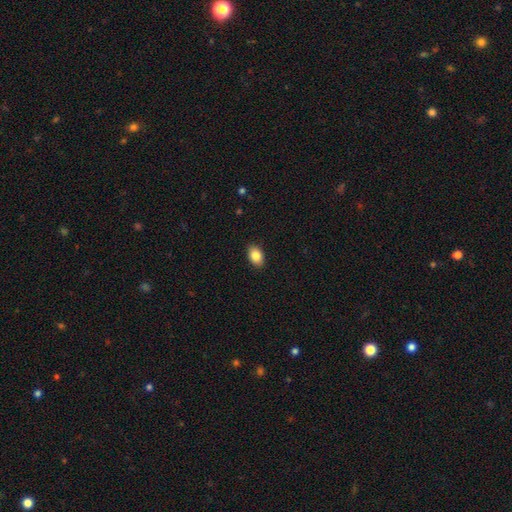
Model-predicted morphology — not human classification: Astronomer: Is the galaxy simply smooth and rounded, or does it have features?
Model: smooth — 85%.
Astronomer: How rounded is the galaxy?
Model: in between — 86%.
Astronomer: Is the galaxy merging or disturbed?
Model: none — 89%.